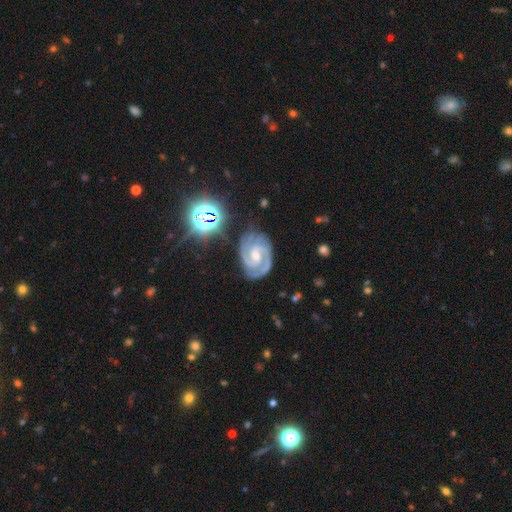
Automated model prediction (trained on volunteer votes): This is clearly a featured or disk galaxy (91%). It is clearly not viewed edge-on (98%). Bar: possibly weak (49%). Spiral arm pattern: clearly yes (99%). Spiral arm count: clearly 2 (83%). Spiral winding: possibly tight (54%). Central bulge: possibly small (49%). Merging: likely none (75%).